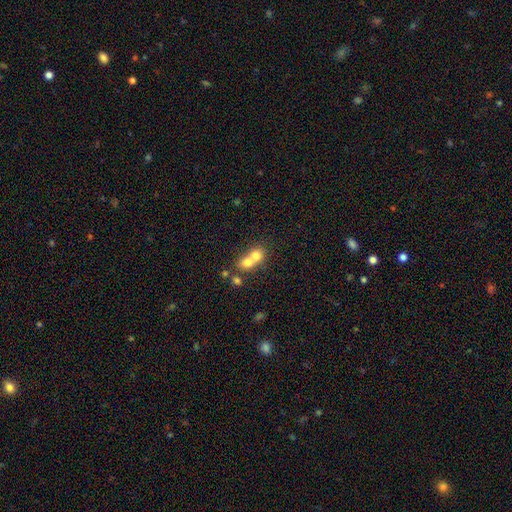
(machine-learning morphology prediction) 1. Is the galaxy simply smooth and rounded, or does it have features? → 70% smooth, 18% featured or disk, 11% star or artifact.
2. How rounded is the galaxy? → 67% round, 31% in between, 1% cigar-shaped.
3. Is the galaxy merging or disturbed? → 73% merger, 20% none, 4% minor disturbance, 3% major disturbance.